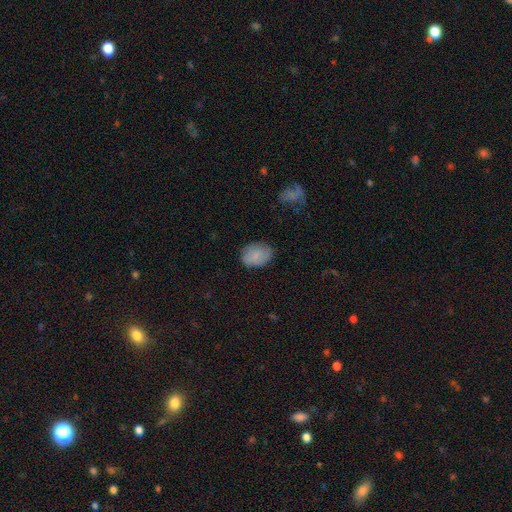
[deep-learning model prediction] smooth 82%, featured or disk 10%, star or artifact 8%. Down the decision tree: how rounded — in between (69%); merging — none (76%).